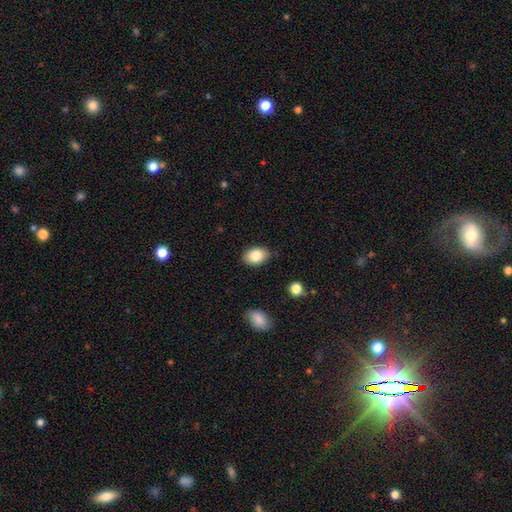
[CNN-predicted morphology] Smooth or featured?
  - smooth: 83% *
  - featured or disk: 9%
  - star or artifact: 8%
How rounded?
  - in between: 83% *
  - round: 16%
  - cigar-shaped: 1%
Merging?
  - none: 85% *
  - minor disturbance: 12%
  - major disturbance: 2%
  - merger: 1%